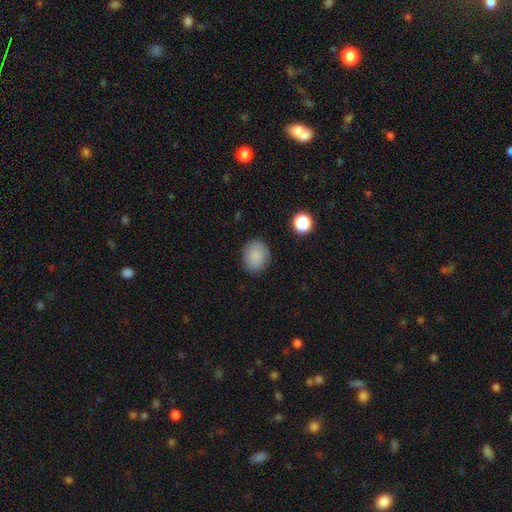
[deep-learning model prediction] Q: Smooth or featured?
A: smooth (86%); runner-up: star or artifact (8%)
Q: How rounded?
A: round (53%); runner-up: in between (46%)
Q: Merging?
A: none (85%); runner-up: minor disturbance (11%)